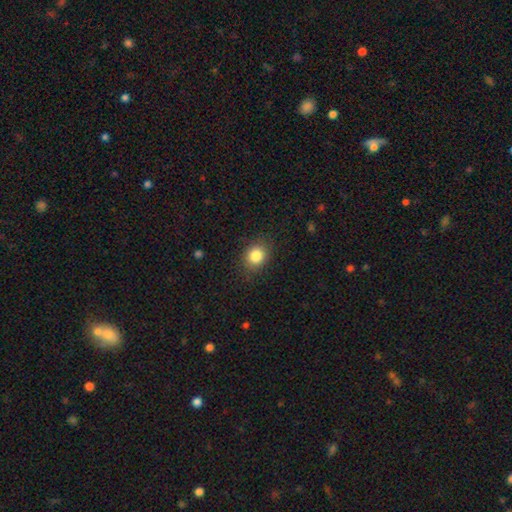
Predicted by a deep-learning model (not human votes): Smooth or featured: smooth — 85% (star or artifact — 10%)
How rounded: round — 64% (in between — 35%)
Merging: none — 83% (minor disturbance — 12%)